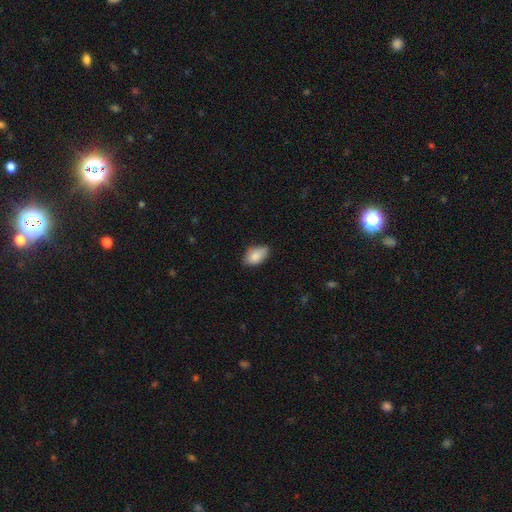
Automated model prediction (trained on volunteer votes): This appears to be a smooth galaxy with no disk features (85%) that is in between round and cigar-shaped (93%). Merging: none (72%).